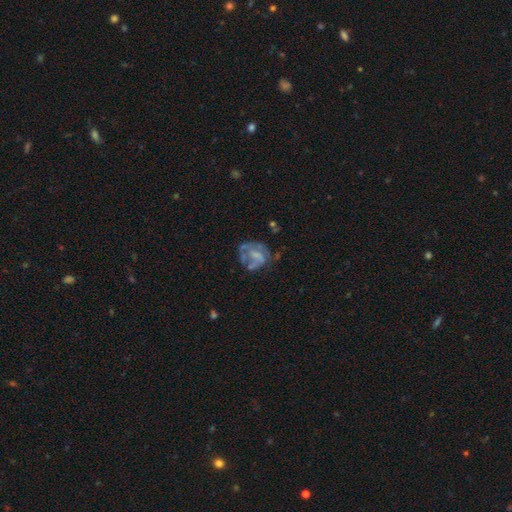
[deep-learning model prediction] smooth-or-featured: featured or disk: 61% | smooth: 29% | star or artifact: 10%
  disk-edge-on: no: 98% | yes: 2%
    bar: no: 62% | weak: 29% | strong: 9%
    has-spiral-arms: no: 55% | yes: 45%
    bulge-size: none: 51% | small: 21% | moderate: 21% | large: 6% | dominant: 1%
  merging: none: 41% | major disturbance: 31% | minor disturbance: 23% | merger: 5%